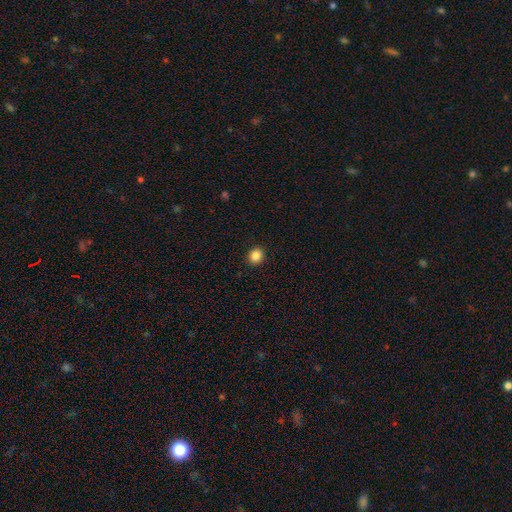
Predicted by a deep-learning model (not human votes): smooth_or_featured: smooth (p=0.87) [alt: star or artifact p=0.10]
how_rounded: round (p=0.77) [alt: in between p=0.22]
merging: none (p=0.91) [alt: minor disturbance p=0.06]